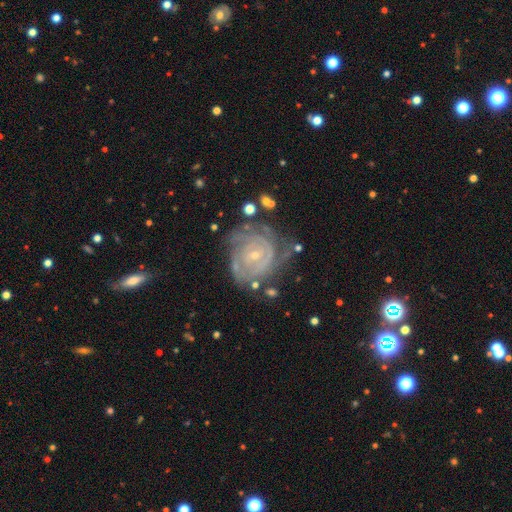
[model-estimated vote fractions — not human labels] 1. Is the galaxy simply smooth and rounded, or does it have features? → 89% featured or disk, 6% star or artifact, 6% smooth.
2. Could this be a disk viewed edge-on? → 98% no, 2% yes.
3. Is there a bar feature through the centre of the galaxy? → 62% no, 29% weak, 9% strong.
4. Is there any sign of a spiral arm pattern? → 97% yes, 3% no.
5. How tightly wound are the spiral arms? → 80% tight, 17% medium, 3% loose.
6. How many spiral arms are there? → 28% 2, 26% can't tell, 22% 3, 12% 4, 6% more than 4, 5% 1.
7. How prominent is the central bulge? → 77% small, 19% moderate, 2% none, 1% large, 1% dominant.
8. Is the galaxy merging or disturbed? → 64% none, 22% minor disturbance, 11% major disturbance, 4% merger.